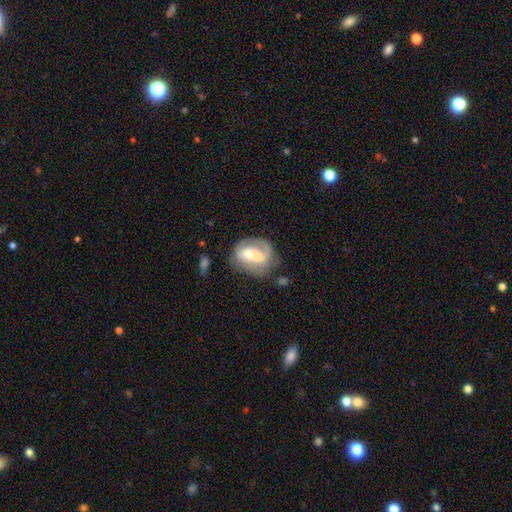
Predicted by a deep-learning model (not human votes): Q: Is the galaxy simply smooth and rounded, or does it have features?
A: featured or disk — 59%.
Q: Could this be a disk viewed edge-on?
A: no — 96%.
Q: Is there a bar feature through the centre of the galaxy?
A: no — 41%.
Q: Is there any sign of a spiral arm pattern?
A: yes — 54%.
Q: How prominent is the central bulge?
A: moderate — 52%.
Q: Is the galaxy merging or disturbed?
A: none — 34%.